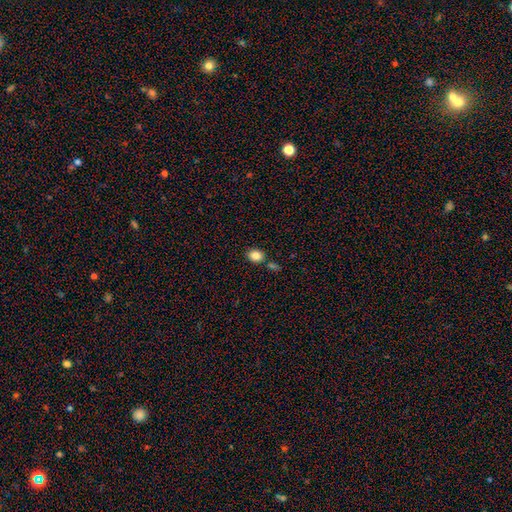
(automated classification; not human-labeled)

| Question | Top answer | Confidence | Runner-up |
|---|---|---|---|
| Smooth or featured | smooth | 85% | star or artifact (10%) |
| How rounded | round | 50% | in between (49%) |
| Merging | none | 77% | merger (11%) |